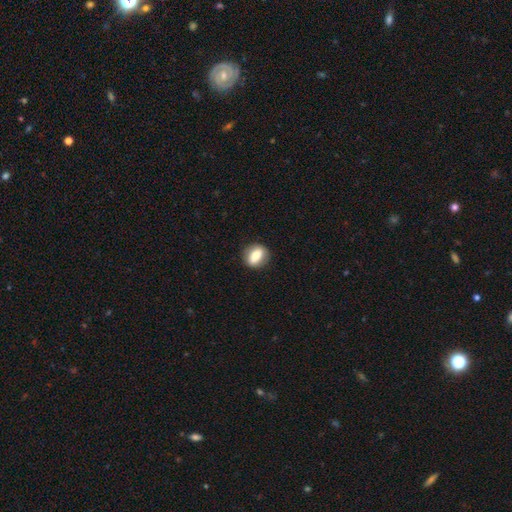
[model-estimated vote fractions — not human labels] Smooth or featured? Predicted: smooth (p=0.70). How rounded? Predicted: in between (p=0.56). Merging? Predicted: none (p=0.85).